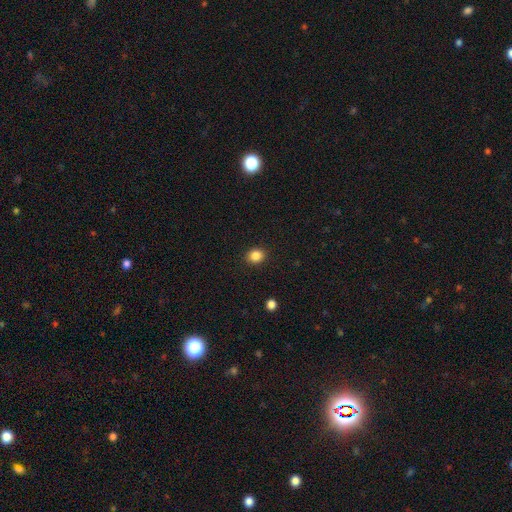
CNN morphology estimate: Smooth or featured? Predicted: smooth (p=0.86). How rounded? Predicted: round (p=0.68). Merging? Predicted: none (p=0.90).